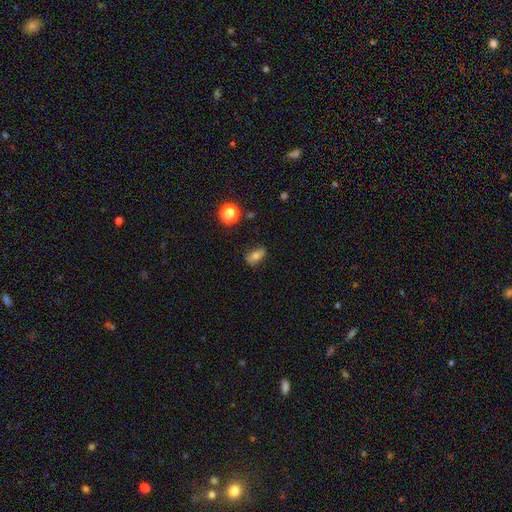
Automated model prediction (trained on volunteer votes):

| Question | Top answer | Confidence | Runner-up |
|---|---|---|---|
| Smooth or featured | smooth | 69% | featured or disk (19%) |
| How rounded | in between | 75% | cigar-shaped (13%) |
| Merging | none | 73% | minor disturbance (20%) |